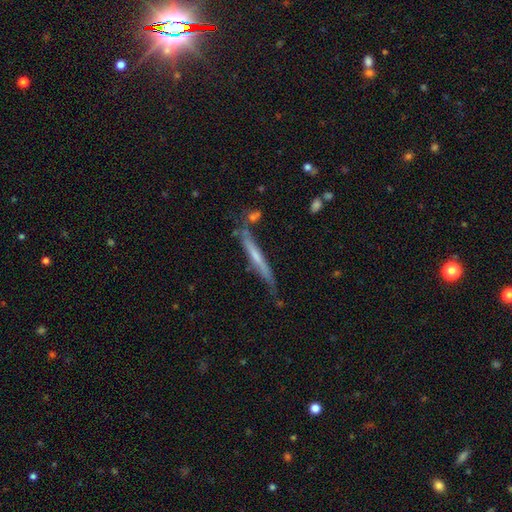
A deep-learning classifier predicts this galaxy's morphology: type=featured or disk (57%); edge-on=yes (92%); edge-on bulge=none (62%); merging=none (64%).